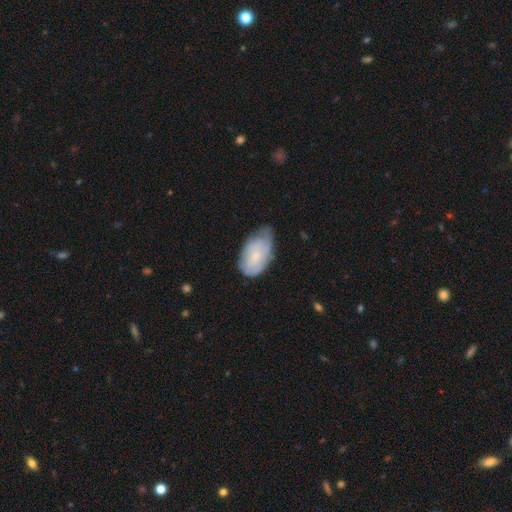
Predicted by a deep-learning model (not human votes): A smooth galaxy with no disk features (56%) that is in between round and cigar-shaped (93%).

Vote fractions:
- Smooth or featured? smooth: 56% / featured or disk: 37% / star or artifact: 6%
- How rounded? in between: 93% / round: 5% / cigar-shaped: 2%
- Merging? minor disturbance: 46% / none: 38% / major disturbance: 14% / merger: 2%